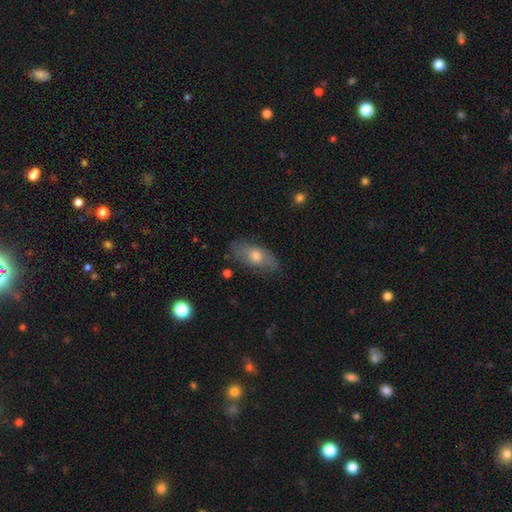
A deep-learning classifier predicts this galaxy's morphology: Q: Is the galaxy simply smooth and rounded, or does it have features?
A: smooth — 52%.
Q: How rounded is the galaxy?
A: in between — 85%.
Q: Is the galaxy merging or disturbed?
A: none — 75%.